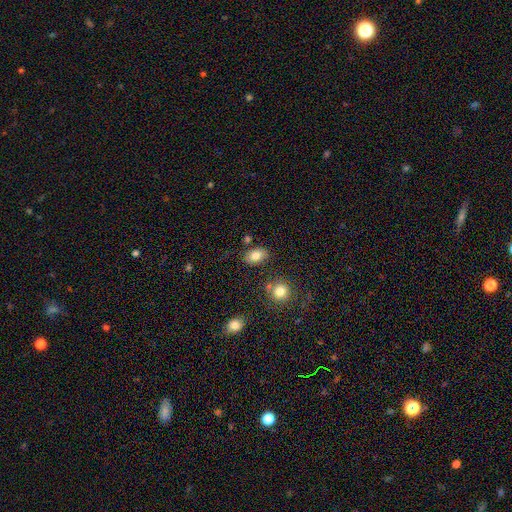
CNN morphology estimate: Smooth or featured: smooth — 81% (featured or disk — 10%)
How rounded: in between — 84% (round — 14%)
Merging: none — 79% (minor disturbance — 12%)